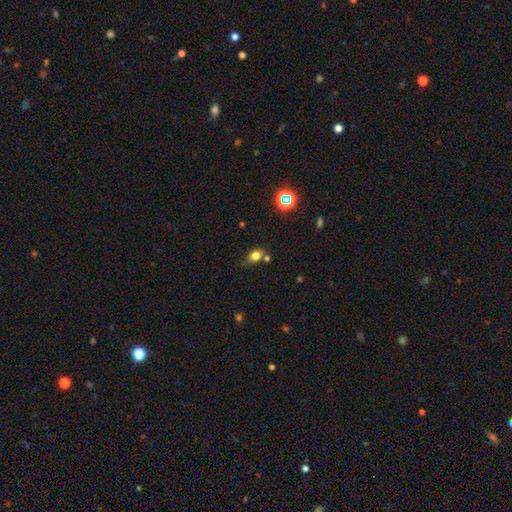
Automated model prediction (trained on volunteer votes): smooth-or-featured: smooth: 75% | star or artifact: 16% | featured or disk: 9%
  how-rounded: in between: 62% | round: 36% | cigar-shaped: 2%
  merging: none: 64% | minor disturbance: 19% | merger: 12% | major disturbance: 5%